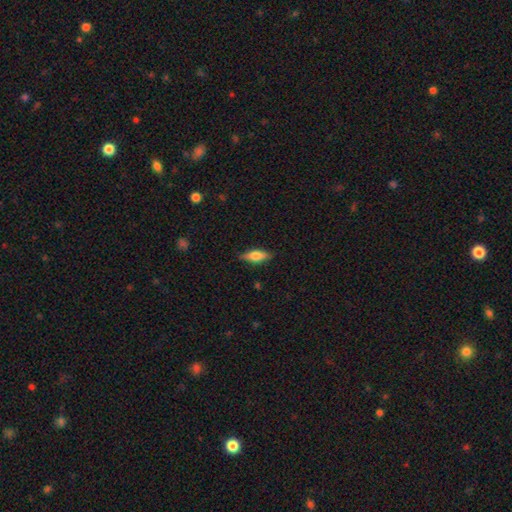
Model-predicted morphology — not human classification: Smooth or featured? smooth (62%)
How rounded? in between (67%)
Merging? none (84%)